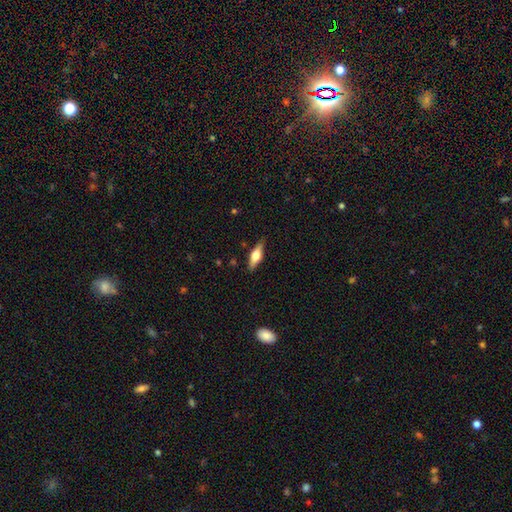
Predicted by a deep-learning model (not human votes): This appears to be a featured or disk galaxy (50%) viewed edge-on (93%). Merging: none (84%).